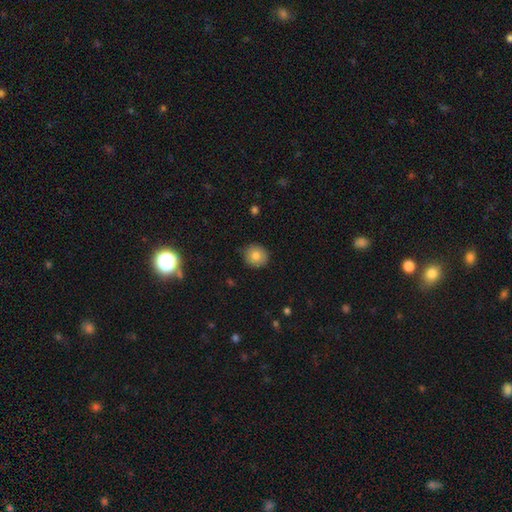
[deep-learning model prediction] A smooth galaxy with no disk features (78%) that is round (89%). Merging: none (86%).